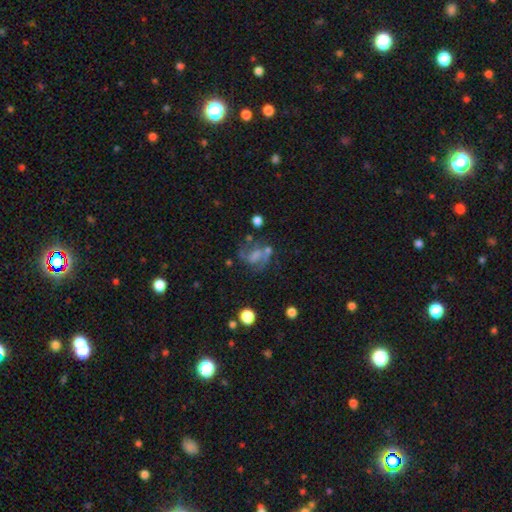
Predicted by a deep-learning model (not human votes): A featured or disk galaxy (56%) with a weak bar (40%), spiral arms (73%) and no central bulge (45%).

Vote fractions:
- Smooth or featured? featured or disk: 56% / smooth: 29% / star or artifact: 14%
- Edge-on disk? no: 97% / yes: 3%
- Bar? weak: 40% / no: 38% / strong: 22%
- Spiral arms? yes: 73% / no: 27%
- Bulge size? none: 45% / small: 22% / moderate: 22% / large: 9% / dominant: 2%
- Merging? none: 44% / major disturbance: 23% / minor disturbance: 20% / merger: 12%